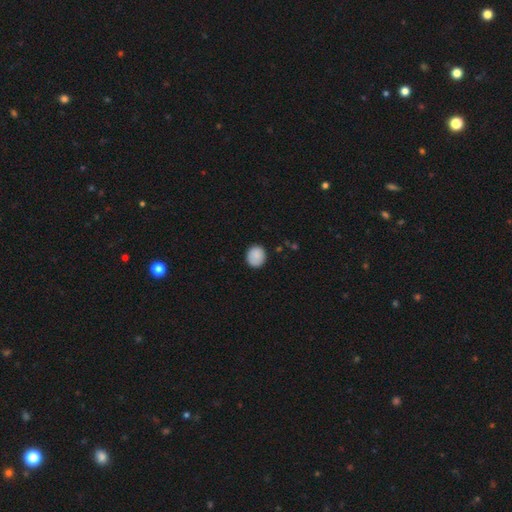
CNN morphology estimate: type=smooth (87%); roundness=round (81%); merging=none (85%).